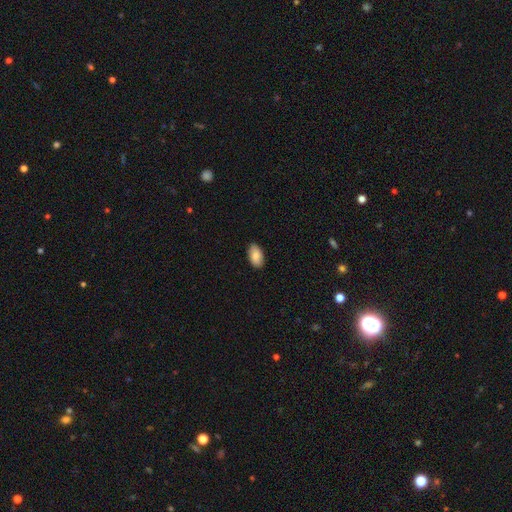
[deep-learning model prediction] smooth-or-featured: smooth: 84% | featured or disk: 10% | star or artifact: 7%
  how-rounded: in between: 95% | round: 4% | cigar-shaped: 2%
  merging: none: 86% | minor disturbance: 11% | major disturbance: 2% | merger: 1%